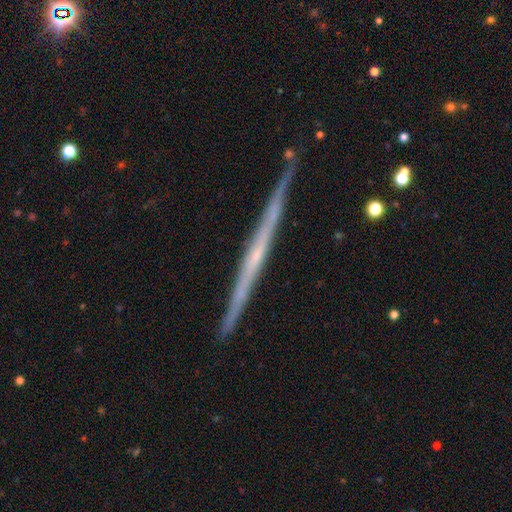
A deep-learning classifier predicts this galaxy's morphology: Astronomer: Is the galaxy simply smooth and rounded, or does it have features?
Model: featured or disk — 77%.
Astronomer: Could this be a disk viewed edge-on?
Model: yes — 98%.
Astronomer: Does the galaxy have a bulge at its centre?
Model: none — 69%.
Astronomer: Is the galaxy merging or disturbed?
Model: none — 89%.